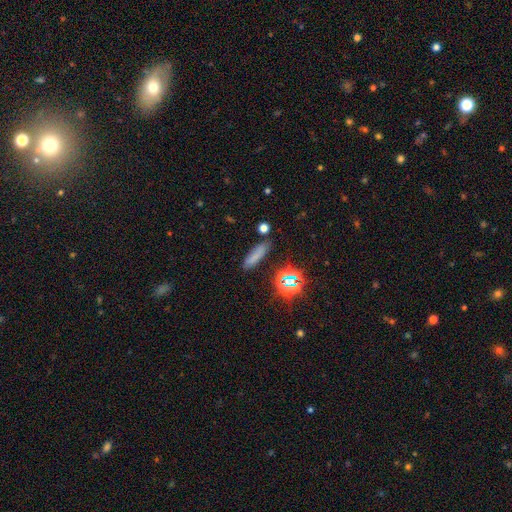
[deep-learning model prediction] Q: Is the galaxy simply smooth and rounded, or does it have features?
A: smooth — 70%.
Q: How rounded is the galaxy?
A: cigar-shaped — 69%.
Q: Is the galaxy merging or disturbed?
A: none — 80%.